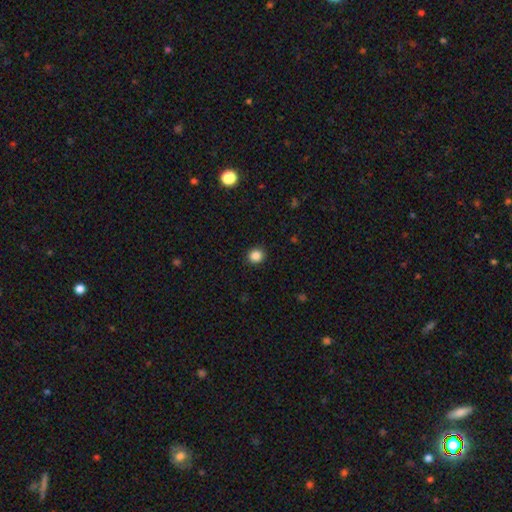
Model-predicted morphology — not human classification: Smooth or featured? Predicted: smooth (p=0.86). How rounded? Predicted: round (p=0.87). Merging? Predicted: none (p=0.92).